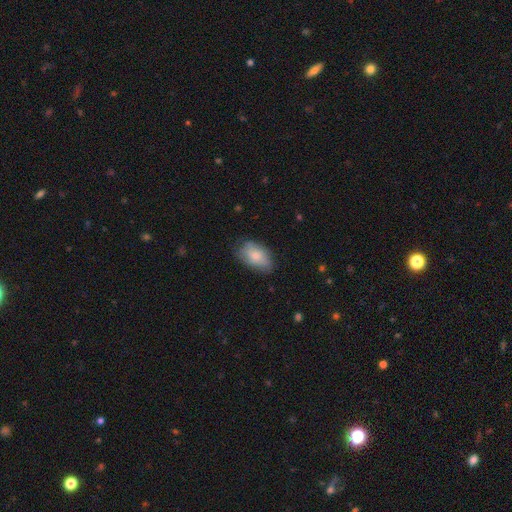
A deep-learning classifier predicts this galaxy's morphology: This is likely a smooth galaxy (75%). How rounded: clearly in between (91%). Merging: likely none (67%).